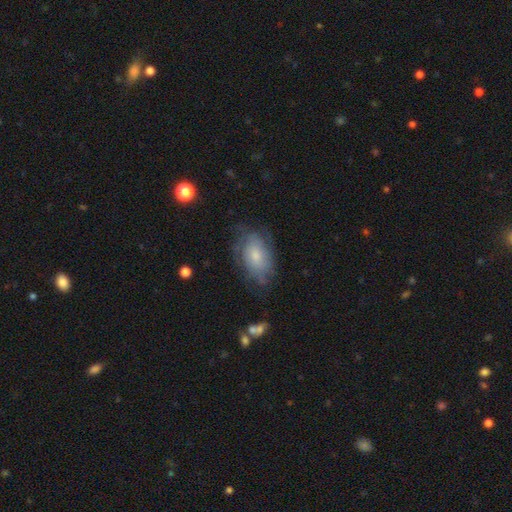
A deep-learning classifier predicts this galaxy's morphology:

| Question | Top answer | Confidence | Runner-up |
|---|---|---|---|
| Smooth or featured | smooth | 50% | featured or disk (42%) |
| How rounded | in between | 89% | round (9%) |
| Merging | none | 61% | minor disturbance (25%) |